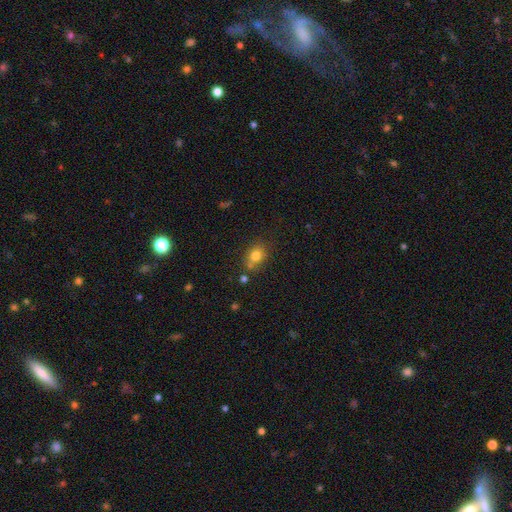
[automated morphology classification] type=smooth (78%); roundness=round (54%); merging=none (63%).